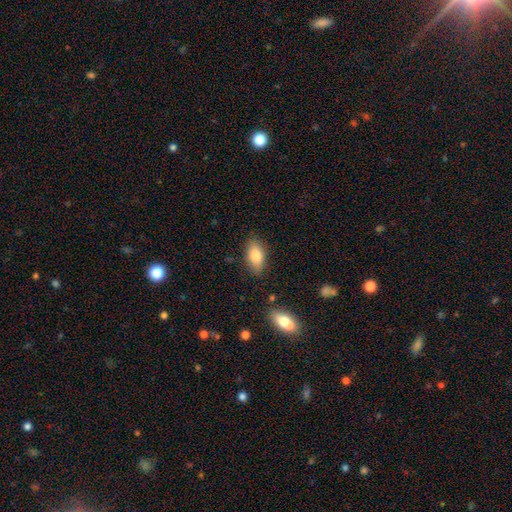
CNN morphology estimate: A smooth galaxy with no disk features (82%) that is in between round and cigar-shaped (90%). Merging: none (83%).